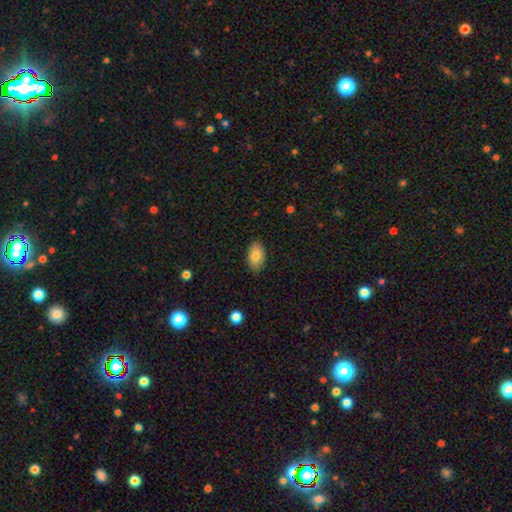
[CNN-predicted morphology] smooth 81%, featured or disk 12%, star or artifact 7%. Down the decision tree: how rounded — in between (92%); merging — none (85%).